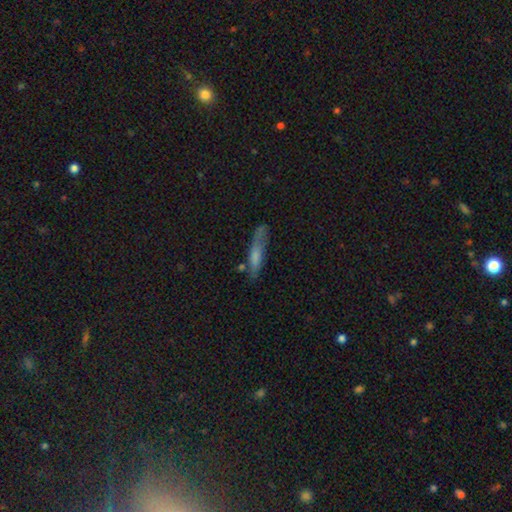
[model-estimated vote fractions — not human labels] A smooth galaxy with no disk features (64%) that is cigar-shaped (81%). Merging: none (59%).